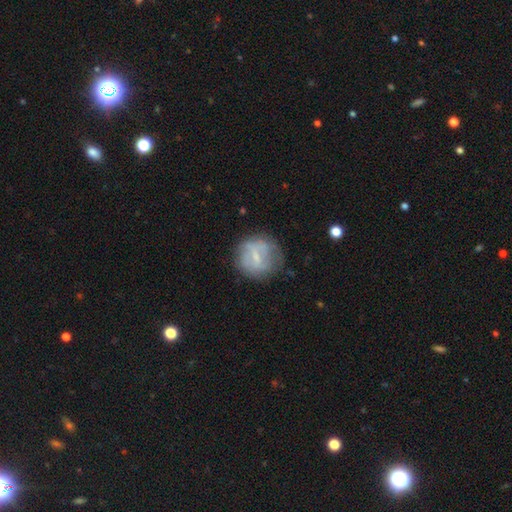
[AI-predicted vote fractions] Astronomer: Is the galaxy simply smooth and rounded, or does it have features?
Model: featured or disk — 48% (runner-up: smooth, 44%).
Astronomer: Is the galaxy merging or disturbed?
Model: none — 66%.